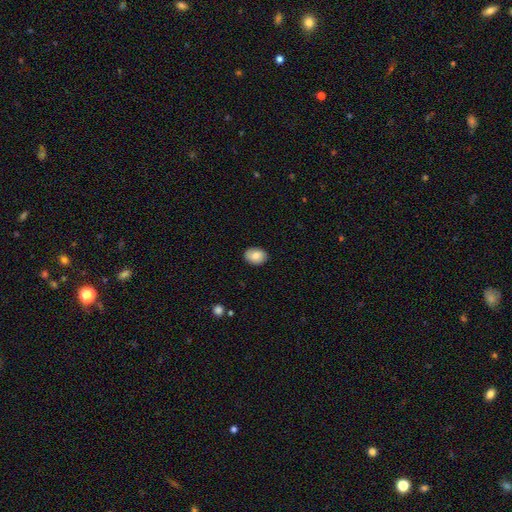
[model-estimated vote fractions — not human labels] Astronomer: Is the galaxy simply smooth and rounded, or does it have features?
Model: smooth — 82%.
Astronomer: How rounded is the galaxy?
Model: in between — 73%.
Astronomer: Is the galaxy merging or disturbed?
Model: none — 87%.